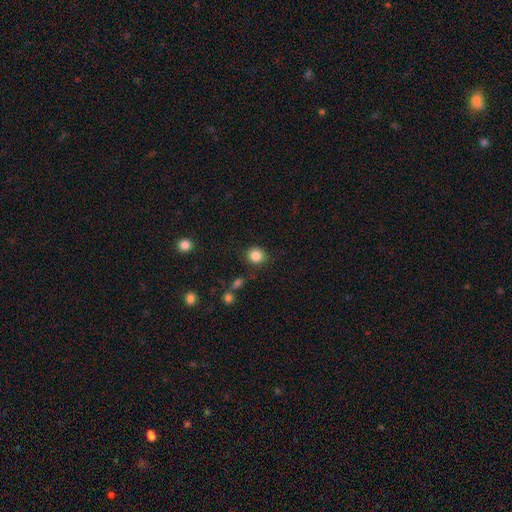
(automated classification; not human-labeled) Smooth or featured?
  - smooth: 85% *
  - star or artifact: 10%
  - featured or disk: 4%
How rounded?
  - round: 84% *
  - in between: 15%
  - cigar-shaped: 1%
Merging?
  - none: 85% *
  - minor disturbance: 10%
  - major disturbance: 3%
  - merger: 3%